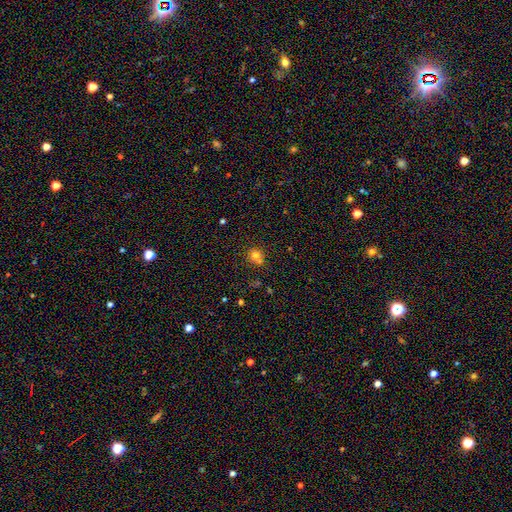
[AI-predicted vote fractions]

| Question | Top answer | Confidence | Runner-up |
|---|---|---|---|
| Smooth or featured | smooth | 75% | star or artifact (16%) |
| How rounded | round | 87% | in between (12%) |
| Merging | none | 60% | merger (25%) |